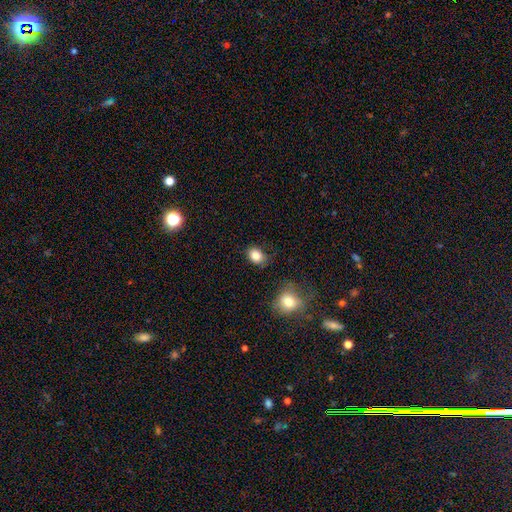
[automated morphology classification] Q: Smooth or featured?
A: smooth (84%); runner-up: star or artifact (10%)
Q: How rounded?
A: in between (61%); runner-up: round (37%)
Q: Merging?
A: none (79%); runner-up: minor disturbance (15%)